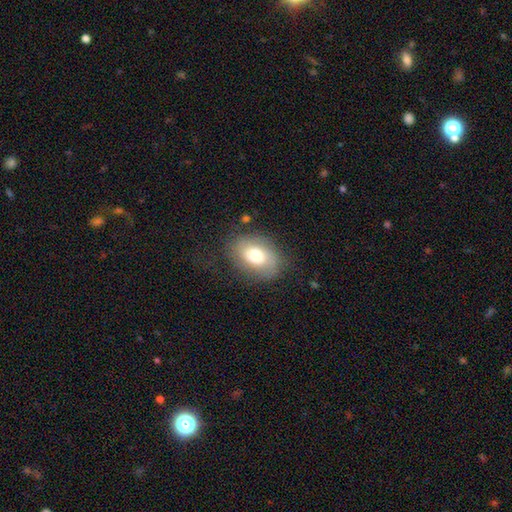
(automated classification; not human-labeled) A smooth galaxy with no disk features (67%) that is in between round and cigar-shaped (75%).

Vote fractions:
- Smooth or featured? smooth: 67% / featured or disk: 24% / star or artifact: 8%
- How rounded? in between: 75% / round: 24% / cigar-shaped: 1%
- Merging? none: 70% / minor disturbance: 19% / major disturbance: 9% / merger: 2%